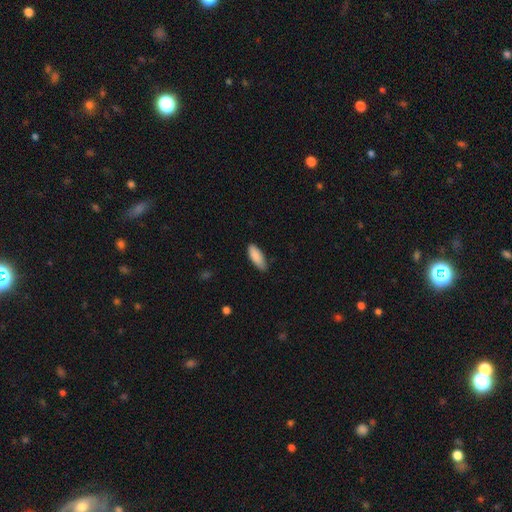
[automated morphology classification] A smooth galaxy with no disk features (89%) that is in between round and cigar-shaped (71%). Merging: none (73%).